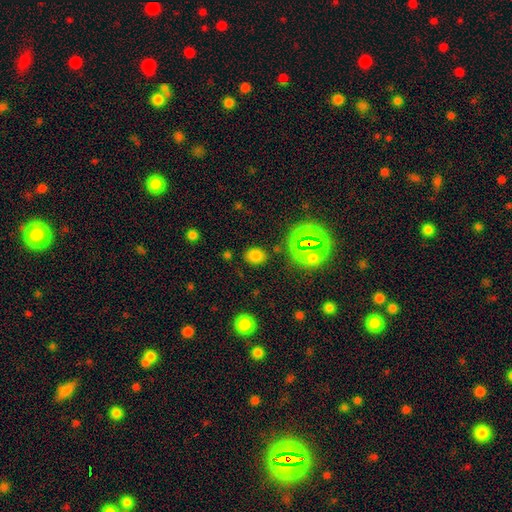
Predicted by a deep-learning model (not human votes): smooth_or_featured: smooth (p=0.71) [alt: star or artifact p=0.23]
how_rounded: in between (p=0.52) [alt: round p=0.47]
merging: none (p=0.83) [alt: minor disturbance p=0.10]